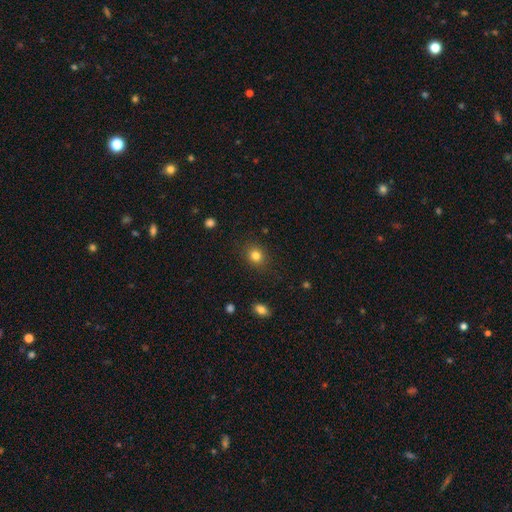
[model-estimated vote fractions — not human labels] smooth 82%, star or artifact 12%, featured or disk 6%. Down the decision tree: how rounded — round (74%); merging — none (87%).